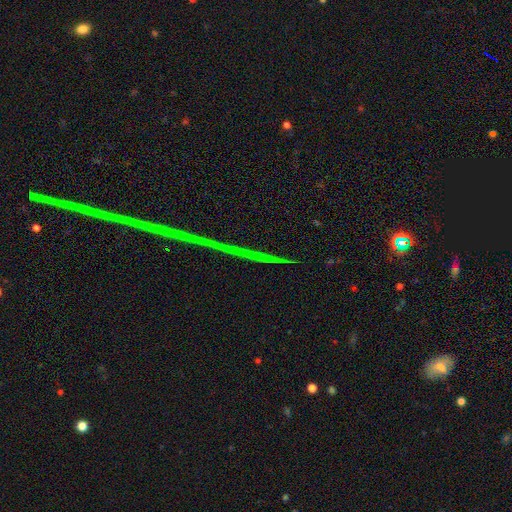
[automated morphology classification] Smooth or featured: star or artifact — 85% (featured or disk — 9%)